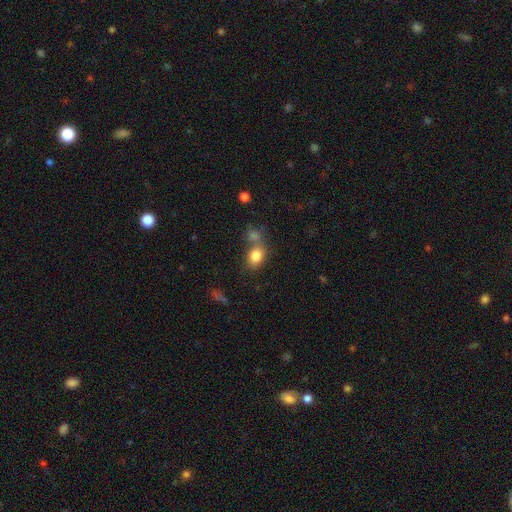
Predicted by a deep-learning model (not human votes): A smooth galaxy with no disk features (82%) that is in between round and cigar-shaped (59%). Merging: none (51%).